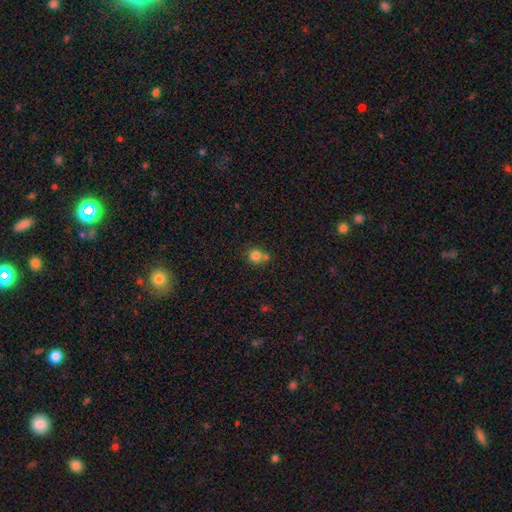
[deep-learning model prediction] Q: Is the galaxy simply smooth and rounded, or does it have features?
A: smooth — 80%.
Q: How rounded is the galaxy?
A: round — 85%.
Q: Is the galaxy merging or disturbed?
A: none — 53%.